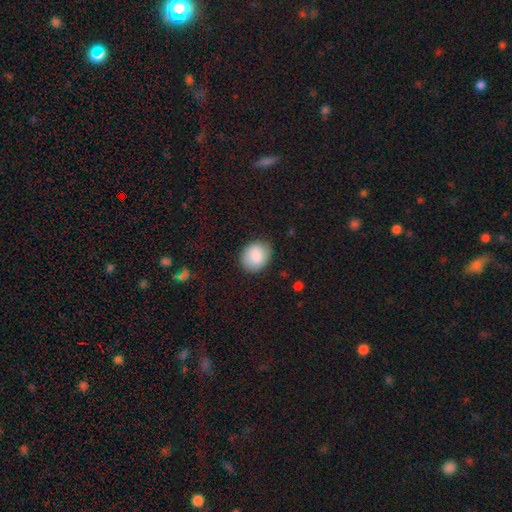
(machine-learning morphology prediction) A smooth galaxy with no disk features (86%) that is round (56%). Merging: none (83%).